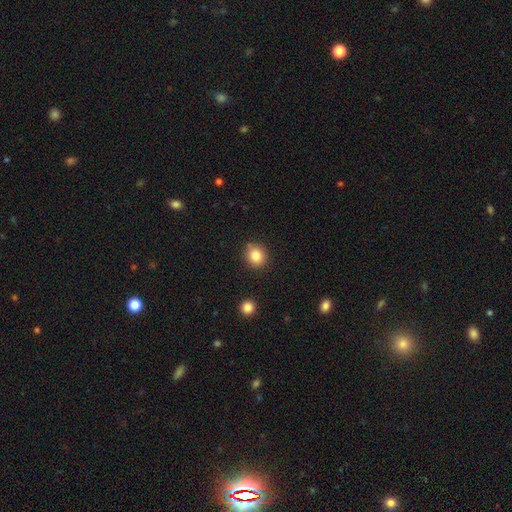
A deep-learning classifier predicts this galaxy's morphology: Smooth or featured? Predicted: smooth (p=0.84). How rounded? Predicted: round (p=0.79). Merging? Predicted: none (p=0.84).